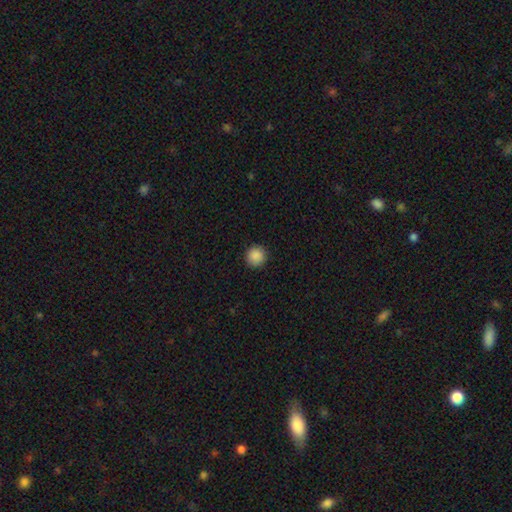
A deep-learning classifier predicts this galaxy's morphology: A smooth galaxy with no disk features (88%) that is round (95%).

Vote fractions:
- Smooth or featured? smooth: 88% / star or artifact: 9% / featured or disk: 3%
- How rounded? round: 95% / in between: 5% / cigar-shaped: 1%
- Merging? none: 92% / minor disturbance: 5% / major disturbance: 2% / merger: 1%